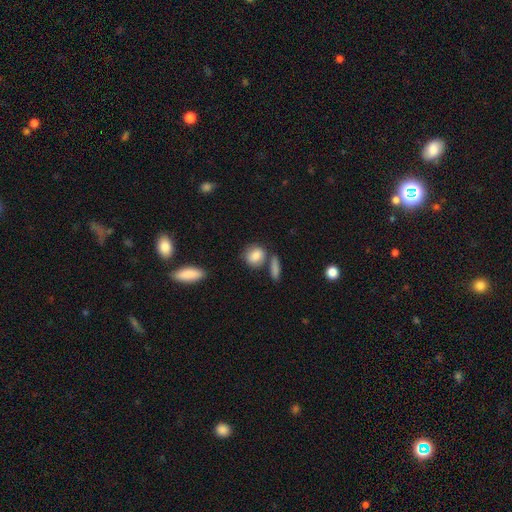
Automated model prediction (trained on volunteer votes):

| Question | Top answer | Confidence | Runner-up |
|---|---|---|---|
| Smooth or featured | smooth | 84% | featured or disk (8%) |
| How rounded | round | 53% | in between (43%) |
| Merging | none | 62% | merger (18%) |